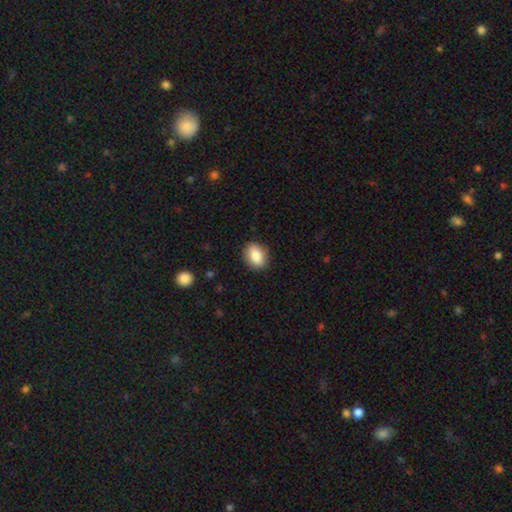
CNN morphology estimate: type=smooth (84%); roundness=in between (71%); merging=none (88%).